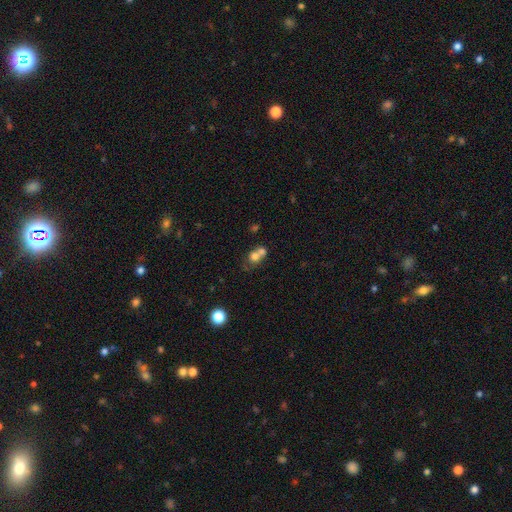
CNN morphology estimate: Smooth or featured? smooth (70%)
How rounded? round (70%)
Merging? merger (60%)